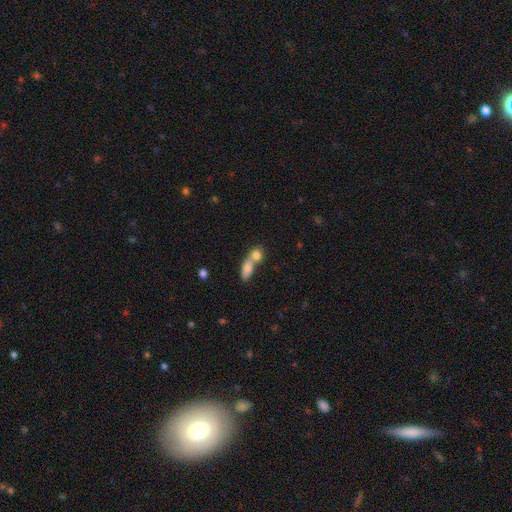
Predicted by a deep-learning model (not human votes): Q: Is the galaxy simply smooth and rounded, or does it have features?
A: smooth — 78%.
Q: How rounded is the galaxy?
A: in between — 47%.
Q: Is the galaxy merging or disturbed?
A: merger — 64%.